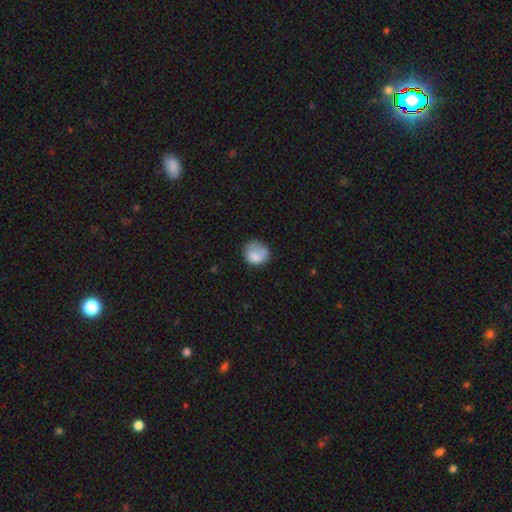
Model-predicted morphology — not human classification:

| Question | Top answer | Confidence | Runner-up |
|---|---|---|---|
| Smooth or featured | smooth | 77% | featured or disk (14%) |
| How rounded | round | 72% | in between (28%) |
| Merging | none | 51% | minor disturbance (27%) |